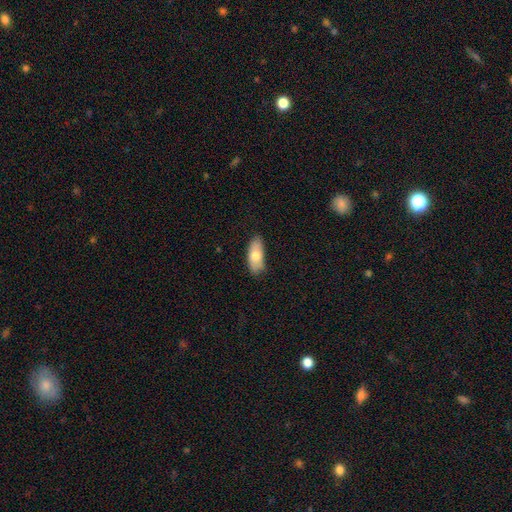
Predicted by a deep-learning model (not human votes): smooth-or-featured: smooth: 71% | featured or disk: 23% | star or artifact: 6%
  how-rounded: in between: 85% | cigar-shaped: 12% | round: 3%
  merging: none: 82% | minor disturbance: 14% | major disturbance: 2% | merger: 1%